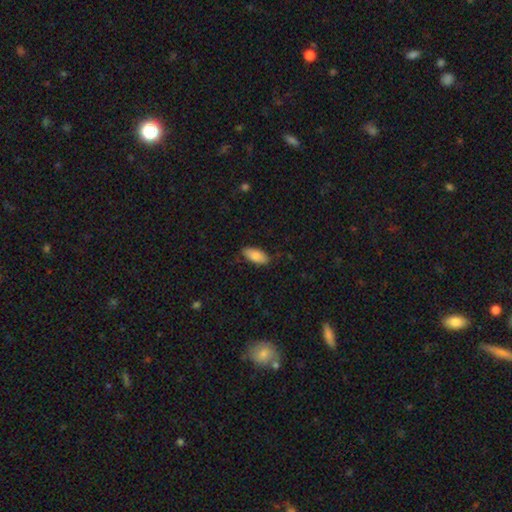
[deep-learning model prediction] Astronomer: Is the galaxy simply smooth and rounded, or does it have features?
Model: smooth — 83%.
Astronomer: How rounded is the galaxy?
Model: in between — 90%.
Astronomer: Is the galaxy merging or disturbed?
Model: none — 84%.